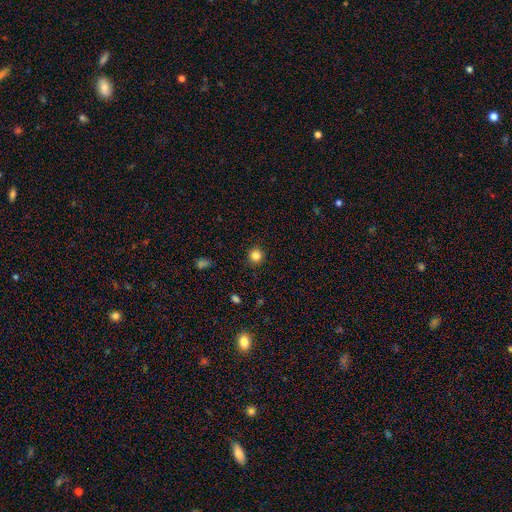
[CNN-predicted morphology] smooth_or_featured: smooth (p=0.84) [alt: star or artifact p=0.12]
how_rounded: round (p=0.93) [alt: in between p=0.06]
merging: none (p=0.91) [alt: minor disturbance p=0.06]